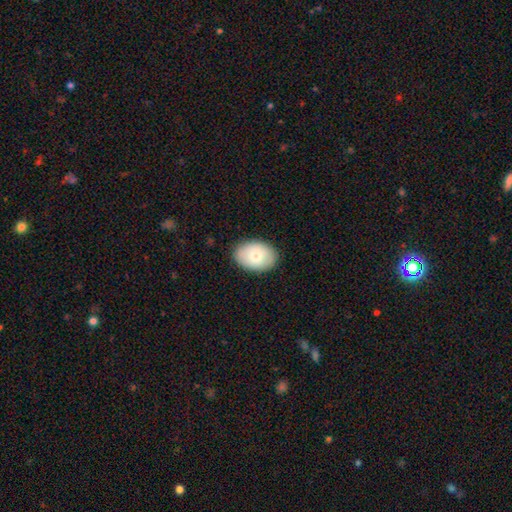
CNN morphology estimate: Overall: smooth (76%). How rounded: in between (80%). Merging: none (87%).